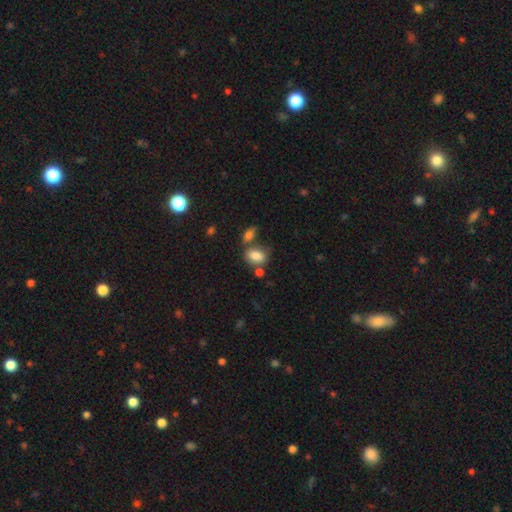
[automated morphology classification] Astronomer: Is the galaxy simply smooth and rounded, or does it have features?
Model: smooth — 83%.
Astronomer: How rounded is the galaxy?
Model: in between — 85%.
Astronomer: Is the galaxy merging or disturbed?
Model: none — 54%.